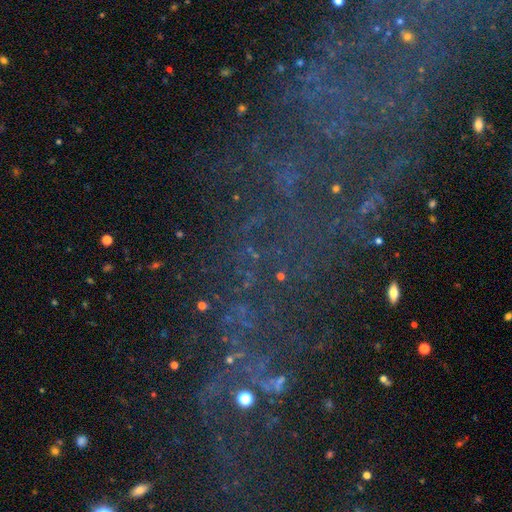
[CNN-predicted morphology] star or artifact 62%, featured or disk 25%, smooth 14%.